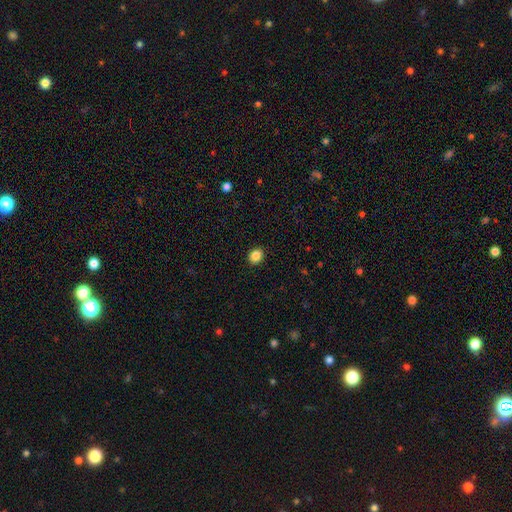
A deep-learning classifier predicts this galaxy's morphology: A smooth galaxy with no disk features (87%) that is round (64%).

Vote fractions:
- Smooth or featured? smooth: 87% / star or artifact: 10% / featured or disk: 3%
- How rounded? round: 64% / in between: 35% / cigar-shaped: 1%
- Merging? none: 92% / minor disturbance: 6% / major disturbance: 2% / merger: 1%